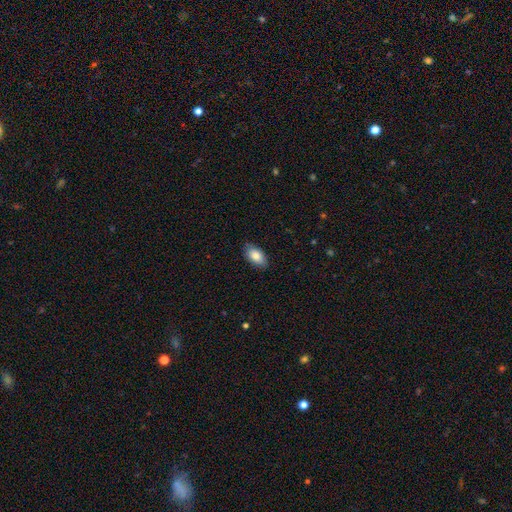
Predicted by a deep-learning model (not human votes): Smooth or featured?
  - smooth: 83% *
  - featured or disk: 11%
  - star or artifact: 6%
How rounded?
  - in between: 93% *
  - round: 3%
  - cigar-shaped: 3%
Merging?
  - none: 86% *
  - minor disturbance: 11%
  - major disturbance: 2%
  - merger: 1%